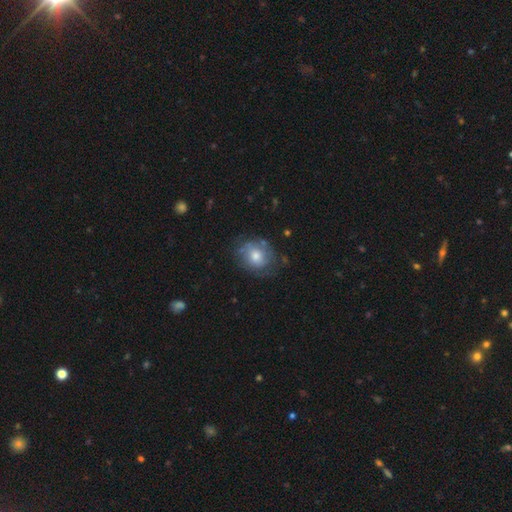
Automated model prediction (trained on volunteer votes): Overall: smooth (47%; featured or disk 44%). Merging: none (67%).